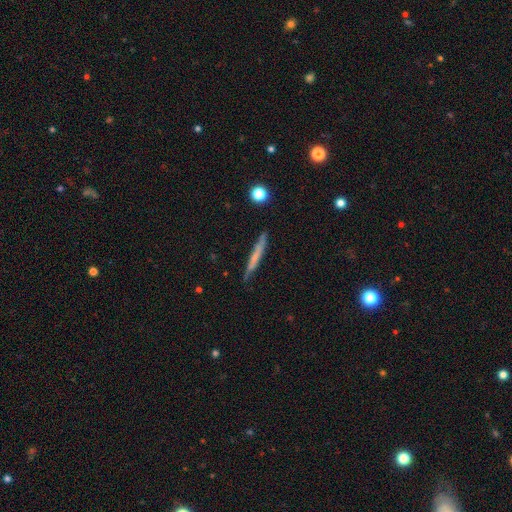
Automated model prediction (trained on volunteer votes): Smooth or featured?
  - smooth: 55% *
  - featured or disk: 38%
  - star or artifact: 7%
How rounded?
  - cigar-shaped: 95% *
  - in between: 3%
  - round: 2%
Merging?
  - none: 84% *
  - minor disturbance: 12%
  - major disturbance: 2%
  - merger: 2%